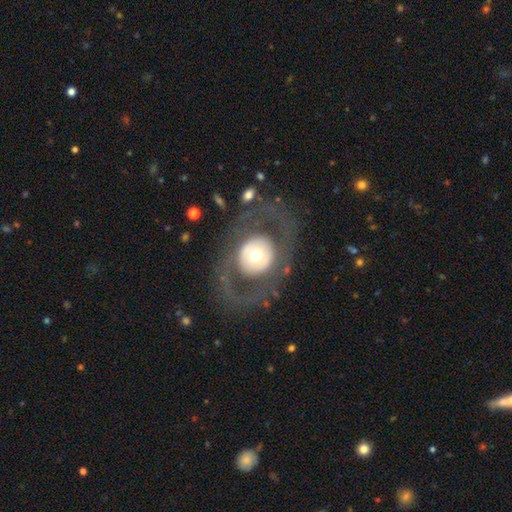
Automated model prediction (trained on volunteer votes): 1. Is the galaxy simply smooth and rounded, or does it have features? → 60% featured or disk, 34% smooth, 6% star or artifact.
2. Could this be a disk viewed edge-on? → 94% no, 6% yes.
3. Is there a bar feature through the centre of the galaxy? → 83% no, 12% weak, 6% strong.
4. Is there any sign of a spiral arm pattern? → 76% no, 24% yes.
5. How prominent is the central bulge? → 55% moderate, 32% large, 6% small, 6% dominant, 1% none.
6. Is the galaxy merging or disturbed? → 71% none, 16% major disturbance, 10% minor disturbance, 2% merger.